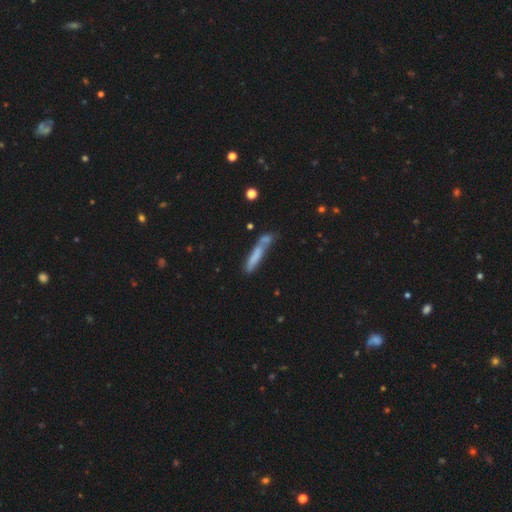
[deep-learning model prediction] This appears to be a smooth galaxy with no disk features (68%) that is cigar-shaped (90%). Merging: none (49%).